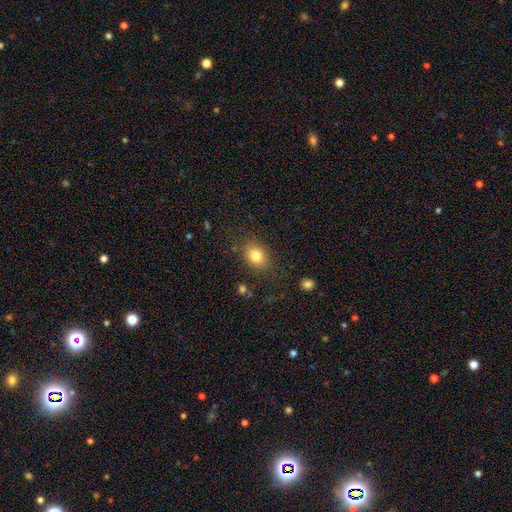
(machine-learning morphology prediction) Smooth or featured? smooth (81%)
How rounded? in between (57%)
Merging? none (80%)